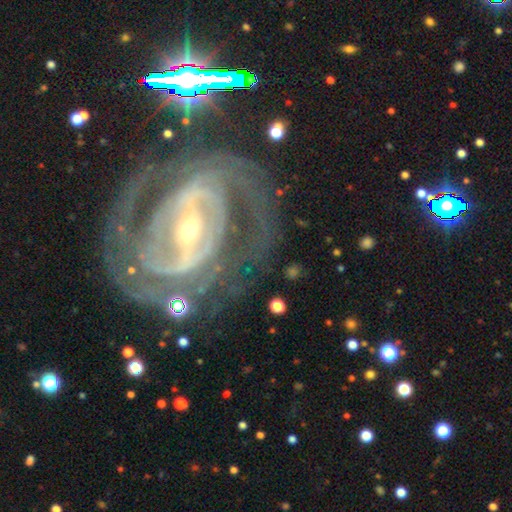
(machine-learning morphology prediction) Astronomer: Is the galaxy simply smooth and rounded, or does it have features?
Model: featured or disk — 90%.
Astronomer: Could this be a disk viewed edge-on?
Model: no — 96%.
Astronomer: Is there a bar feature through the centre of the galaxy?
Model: strong — 65%.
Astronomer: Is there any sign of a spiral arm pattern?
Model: yes — 92%.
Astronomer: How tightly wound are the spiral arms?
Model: tight — 54% (runner-up: medium, 36%).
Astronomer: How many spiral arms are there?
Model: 2 — 58%.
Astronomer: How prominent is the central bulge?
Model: small — 64%.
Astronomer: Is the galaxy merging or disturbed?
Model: none — 70%.